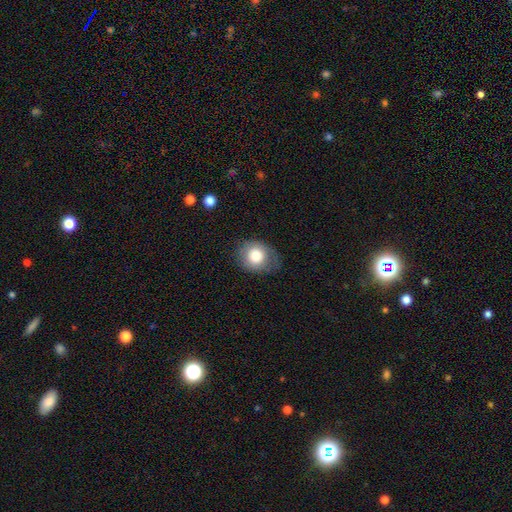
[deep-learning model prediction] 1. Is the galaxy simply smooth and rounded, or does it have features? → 80% smooth, 13% featured or disk, 8% star or artifact.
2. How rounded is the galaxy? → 63% round, 36% in between, 1% cigar-shaped.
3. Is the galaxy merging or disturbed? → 65% none, 25% minor disturbance, 9% major disturbance, 1% merger.